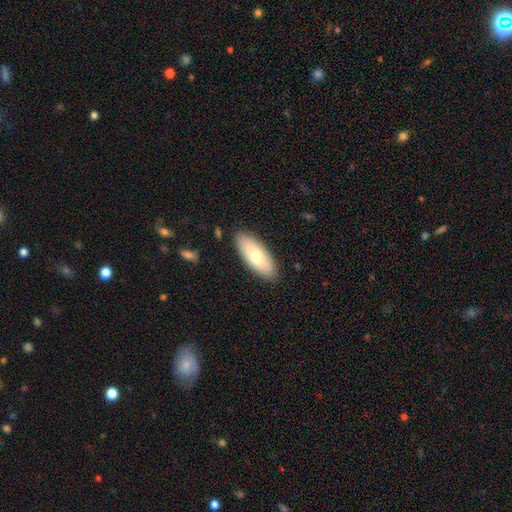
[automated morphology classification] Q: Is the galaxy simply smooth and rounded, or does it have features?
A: smooth — 72%.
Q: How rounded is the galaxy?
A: in between — 79%.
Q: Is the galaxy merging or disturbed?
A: none — 87%.